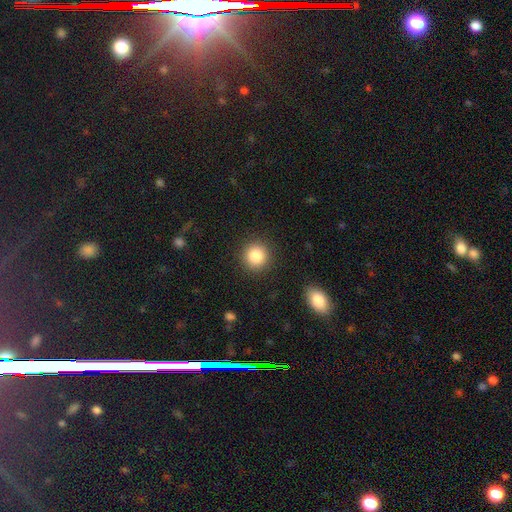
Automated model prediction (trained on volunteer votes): Smooth or featured: smooth — 85% (star or artifact — 10%)
How rounded: round — 92% (in between — 7%)
Merging: none — 90% (minor disturbance — 6%)